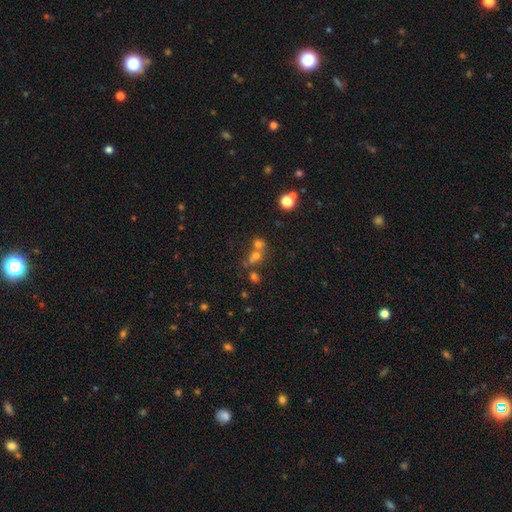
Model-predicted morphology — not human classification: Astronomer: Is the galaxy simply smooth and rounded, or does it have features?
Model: smooth — 53%.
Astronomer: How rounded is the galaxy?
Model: round — 74%.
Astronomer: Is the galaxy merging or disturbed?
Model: merger — 50% (runner-up: none, 38%).